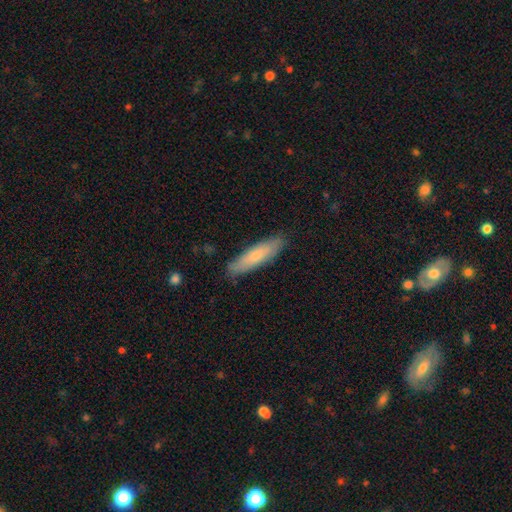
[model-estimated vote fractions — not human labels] smooth 70%, featured or disk 25%, star or artifact 6%. Down the decision tree: how rounded — cigar-shaped (72%); merging — none (86%).